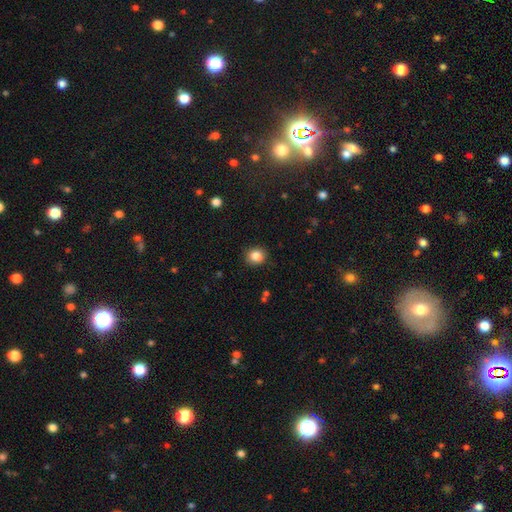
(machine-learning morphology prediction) smooth-or-featured: smooth: 85% | star or artifact: 10% | featured or disk: 5%
  how-rounded: round: 78% | in between: 21% | cigar-shaped: 1%
  merging: none: 88% | minor disturbance: 8% | major disturbance: 2% | merger: 1%